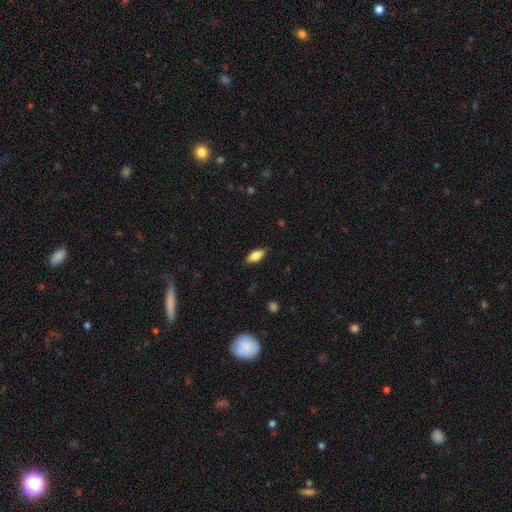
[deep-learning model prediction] This is likely a smooth galaxy (74%). How rounded: clearly in between (81%). Merging: clearly none (84%).